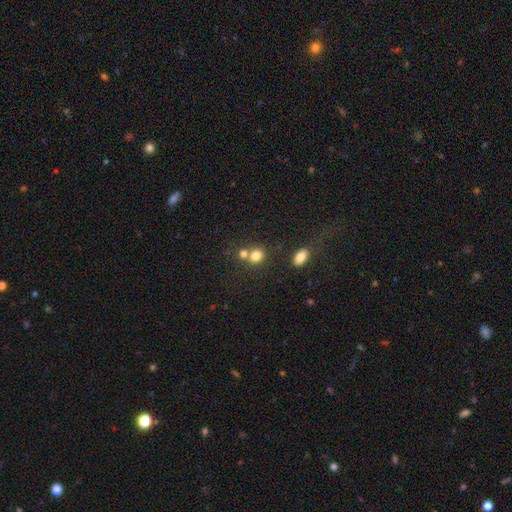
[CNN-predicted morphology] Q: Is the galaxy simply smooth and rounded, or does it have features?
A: smooth — 78%.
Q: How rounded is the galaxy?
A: round — 65%.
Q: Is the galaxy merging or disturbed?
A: none — 48%.